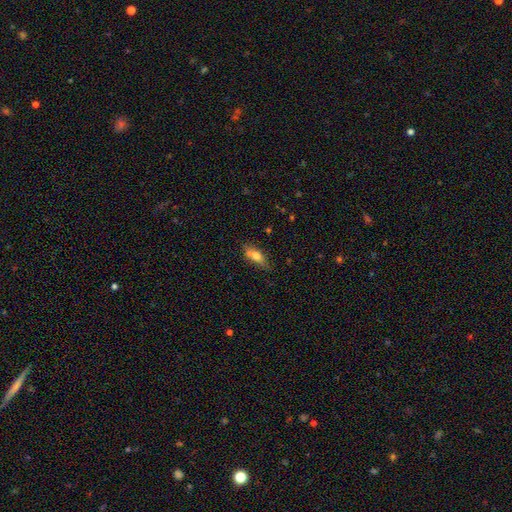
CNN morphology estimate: Smooth or featured? Predicted: smooth (p=0.60). How rounded? Predicted: in between (p=0.57). Merging? Predicted: none (p=0.67).